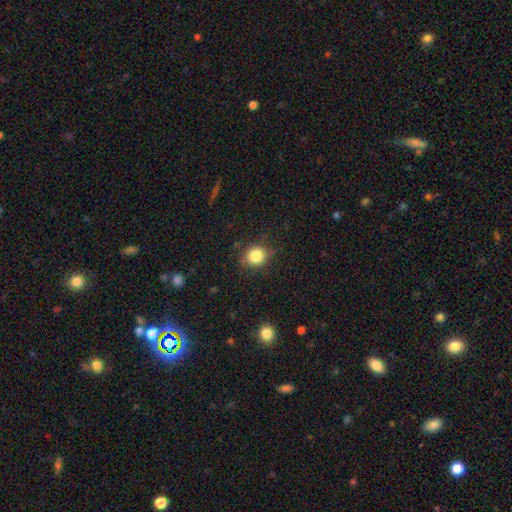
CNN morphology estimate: This is clearly a smooth galaxy (83%). How rounded: likely round (79%). Merging: likely none (79%).